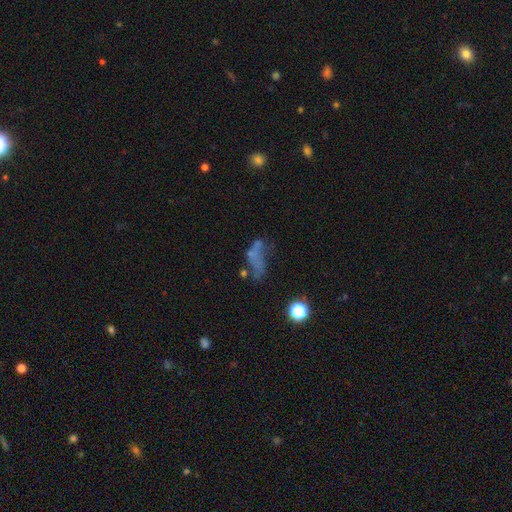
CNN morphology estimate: This is marginally a smooth galaxy (42%). Merging: marginally none (34%).